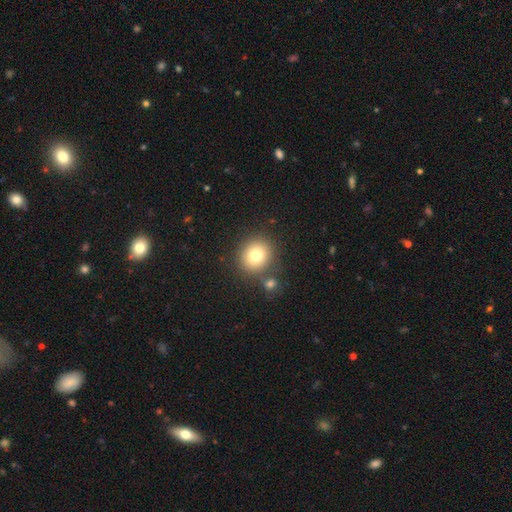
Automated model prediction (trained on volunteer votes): This is likely a smooth galaxy (79%). How rounded: clearly round (83%). Merging: likely none (77%).